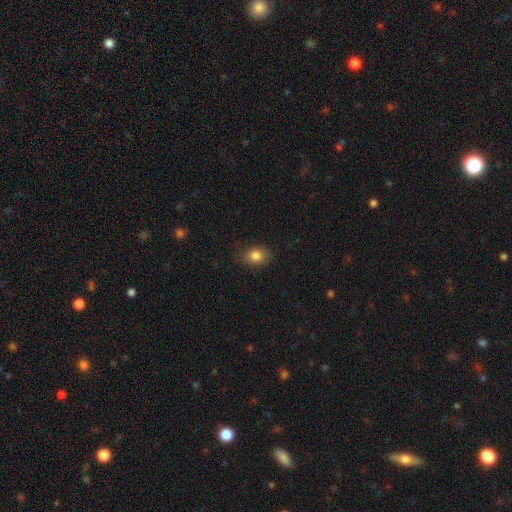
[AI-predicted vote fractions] smooth_or_featured: smooth (p=0.83) [alt: star or artifact p=0.10]
how_rounded: in between (p=0.69) [alt: round p=0.30]
merging: none (p=0.83) [alt: minor disturbance p=0.13]